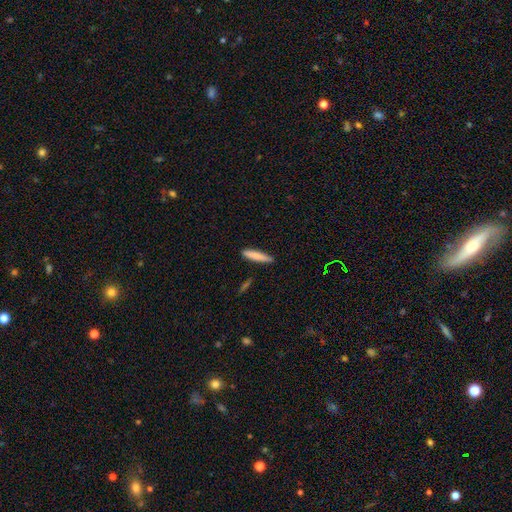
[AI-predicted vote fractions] Q: Smooth or featured?
A: smooth (81%); runner-up: featured or disk (13%)
Q: How rounded?
A: cigar-shaped (88%); runner-up: in between (11%)
Q: Merging?
A: none (83%); runner-up: minor disturbance (13%)